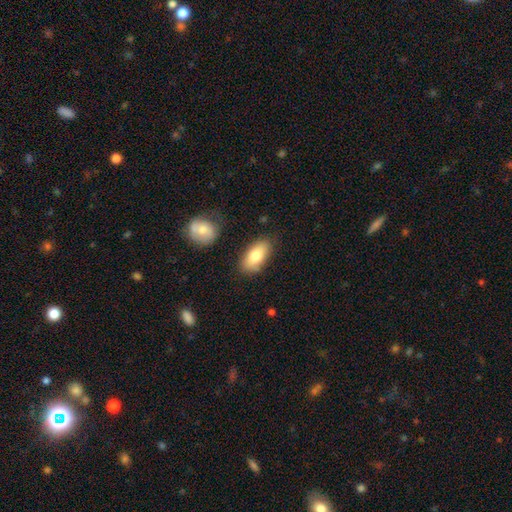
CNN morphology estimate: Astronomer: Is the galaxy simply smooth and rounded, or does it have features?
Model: smooth — 79%.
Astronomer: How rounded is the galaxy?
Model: in between — 91%.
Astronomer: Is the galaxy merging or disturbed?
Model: none — 80%.